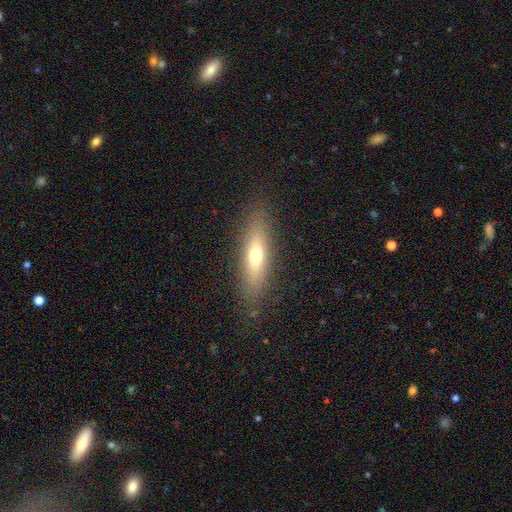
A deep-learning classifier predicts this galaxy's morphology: A smooth galaxy with no disk features (57%) that is cigar-shaped (67%). Merging: none (86%).